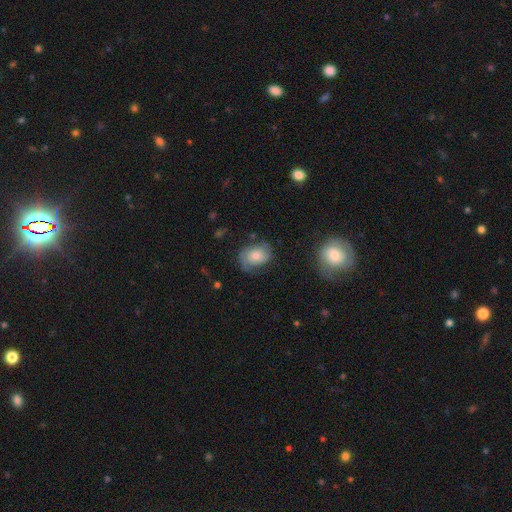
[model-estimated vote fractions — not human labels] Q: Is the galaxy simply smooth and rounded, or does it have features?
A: featured or disk — 57%.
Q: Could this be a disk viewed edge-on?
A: no — 96%.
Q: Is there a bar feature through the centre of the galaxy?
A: no — 75%.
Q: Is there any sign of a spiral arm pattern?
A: yes — 86%.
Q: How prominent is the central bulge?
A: moderate — 56%.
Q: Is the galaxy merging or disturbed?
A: none — 64%.